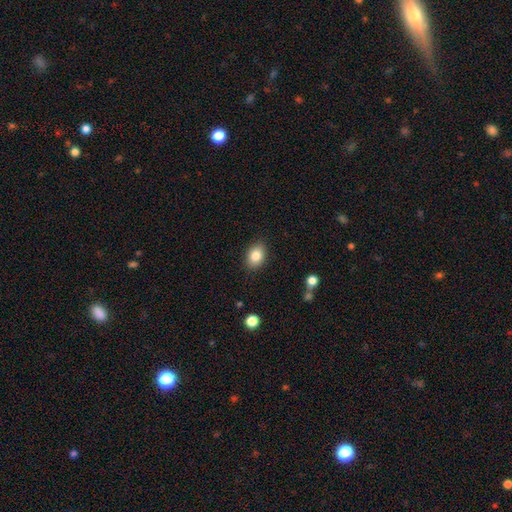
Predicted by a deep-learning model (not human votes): Q: Smooth or featured?
A: smooth (84%); runner-up: star or artifact (8%)
Q: How rounded?
A: in between (76%); runner-up: round (23%)
Q: Merging?
A: none (87%); runner-up: minor disturbance (9%)